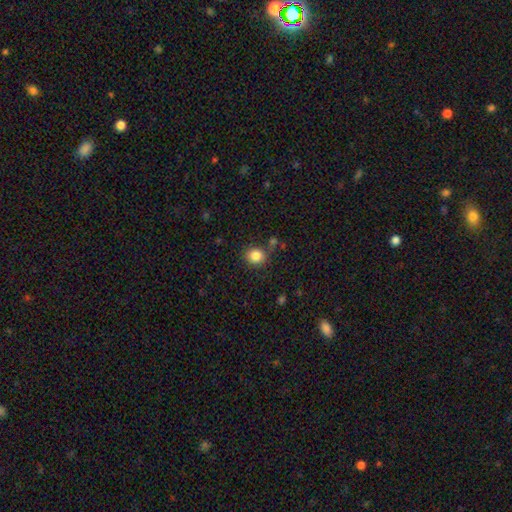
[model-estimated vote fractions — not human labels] This appears to be a smooth galaxy with no disk features (85%) that is round (76%). Merging: none (77%).